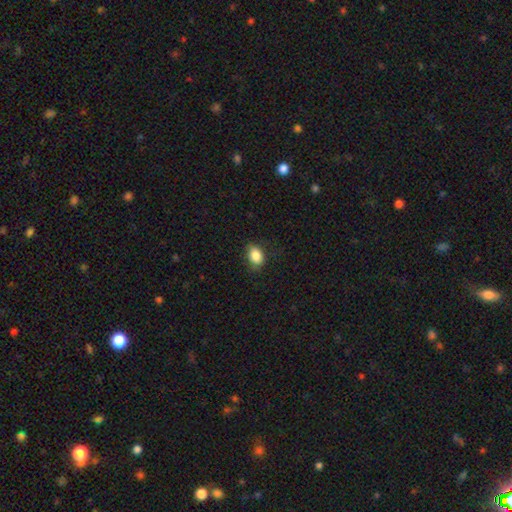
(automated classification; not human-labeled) Smooth or featured?
  - smooth: 86% *
  - star or artifact: 9%
  - featured or disk: 6%
How rounded?
  - in between: 74% *
  - round: 25%
  - cigar-shaped: 1%
Merging?
  - none: 77% *
  - minor disturbance: 18%
  - major disturbance: 4%
  - merger: 1%